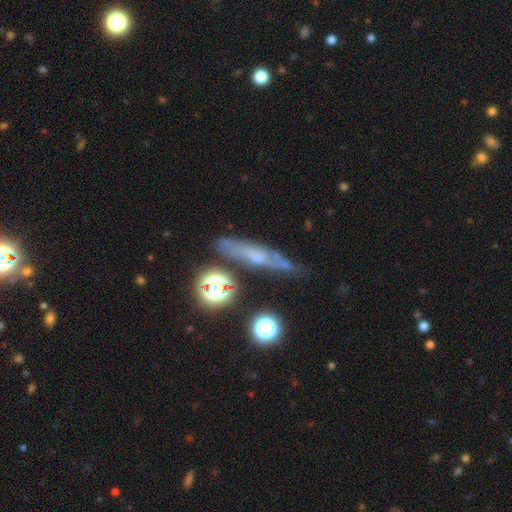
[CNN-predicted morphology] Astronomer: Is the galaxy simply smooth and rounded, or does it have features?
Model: featured or disk — 46% (runner-up: smooth, 33%).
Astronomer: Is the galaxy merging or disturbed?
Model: none — 71%.